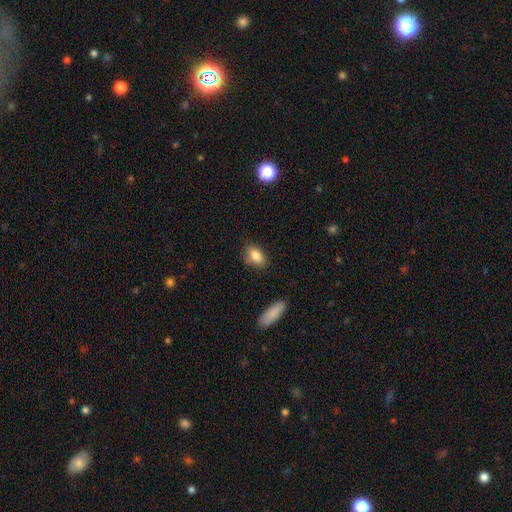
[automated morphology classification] Q: Smooth or featured?
A: smooth (84%); runner-up: featured or disk (8%)
Q: How rounded?
A: in between (87%); runner-up: round (8%)
Q: Merging?
A: none (76%); runner-up: minor disturbance (18%)